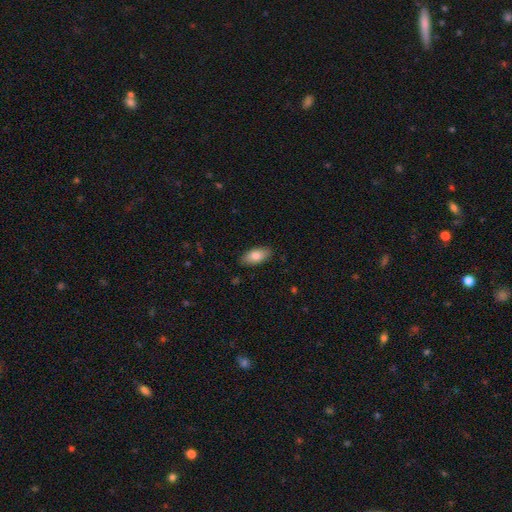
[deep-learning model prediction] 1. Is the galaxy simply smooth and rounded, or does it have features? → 82% smooth, 12% featured or disk, 6% star or artifact.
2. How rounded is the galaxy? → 90% in between, 7% cigar-shaped, 2% round.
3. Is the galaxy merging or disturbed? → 87% none, 10% minor disturbance, 2% major disturbance, 1% merger.